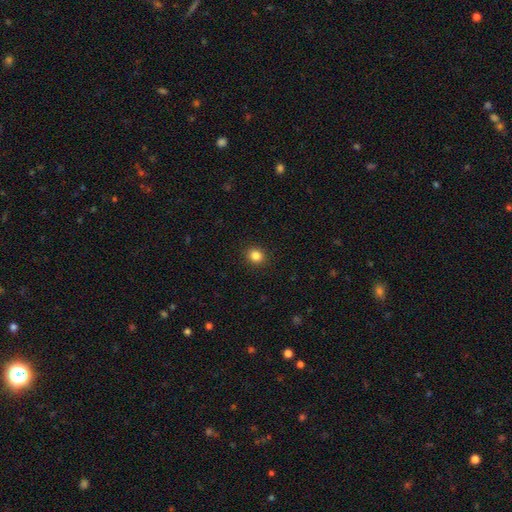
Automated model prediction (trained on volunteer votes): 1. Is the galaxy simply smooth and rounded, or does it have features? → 84% smooth, 11% star or artifact, 4% featured or disk.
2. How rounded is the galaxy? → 82% round, 18% in between, 1% cigar-shaped.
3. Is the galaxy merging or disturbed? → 92% none, 5% minor disturbance, 2% major disturbance, 1% merger.